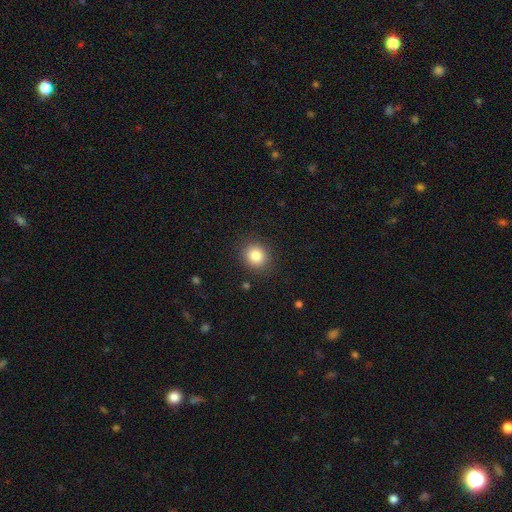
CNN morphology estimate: Smooth or featured? smooth (84%)
How rounded? round (81%)
Merging? none (88%)